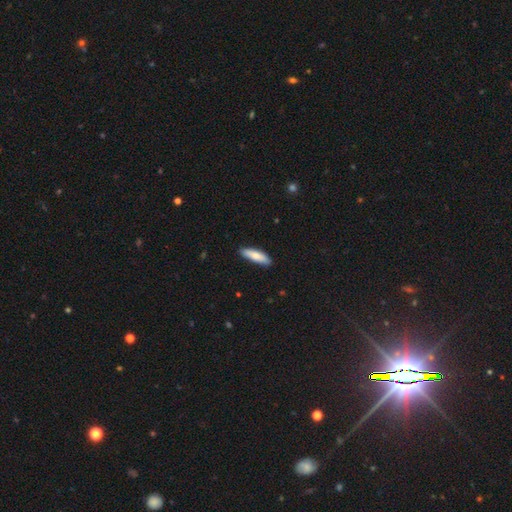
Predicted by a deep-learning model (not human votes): Morphology: type=smooth (78%); roundness=cigar-shaped (64%); merging=none (88%).